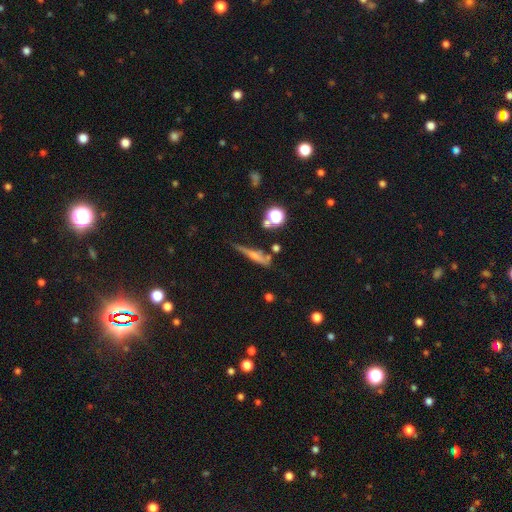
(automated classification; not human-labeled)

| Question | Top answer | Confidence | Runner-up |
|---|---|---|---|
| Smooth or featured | smooth | 47% | featured or disk (39%) |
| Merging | none | 54% | minor disturbance (26%) |